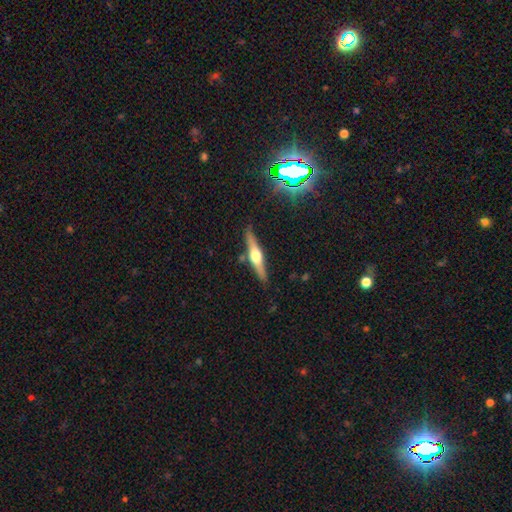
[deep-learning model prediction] The model was most divided on "smooth or featured": featured or disk: 69%, smooth: 25%, star or artifact: 6%. More confident: edge-on disk — yes (97%); edge-on bulge — rounded (94%); merging — none (85%).